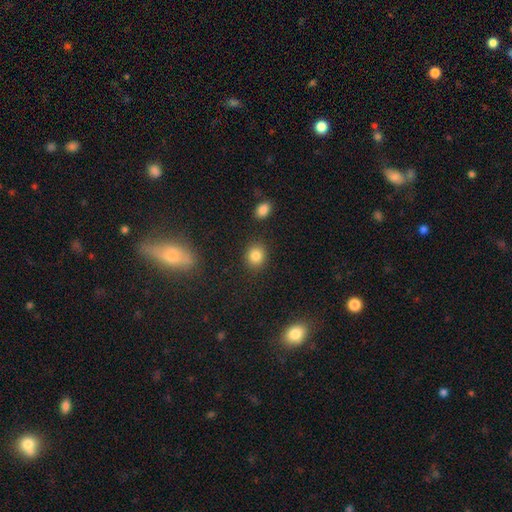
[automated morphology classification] A smooth galaxy with no disk features (84%) that is round (75%). Merging: none (86%).